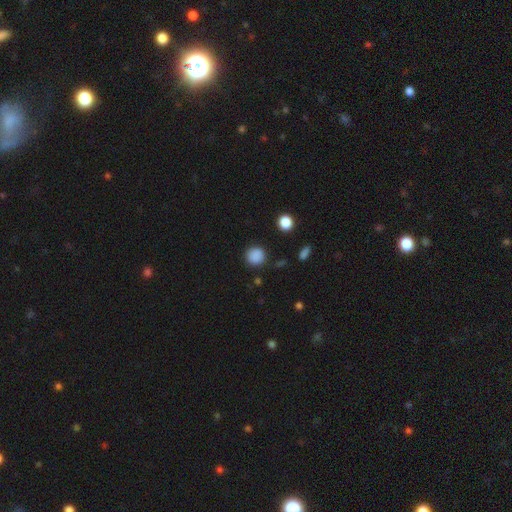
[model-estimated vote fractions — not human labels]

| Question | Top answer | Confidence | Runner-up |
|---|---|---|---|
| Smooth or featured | smooth | 86% | star or artifact (11%) |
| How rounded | round | 92% | in between (7%) |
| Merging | none | 88% | minor disturbance (8%) |